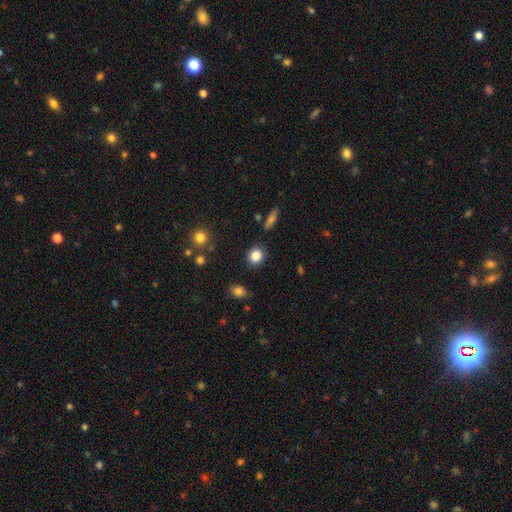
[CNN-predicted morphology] This appears to be a smooth galaxy with no disk features (85%) that is round (77%). Merging: none (88%).